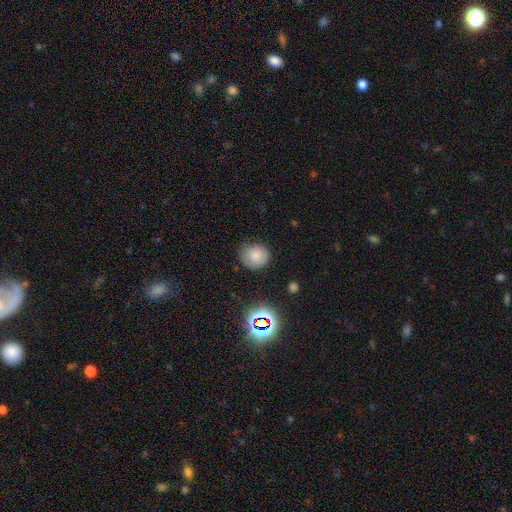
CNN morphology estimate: Smooth or featured? Predicted: smooth (p=0.77). How rounded? Predicted: round (p=0.83). Merging? Predicted: none (p=0.80).